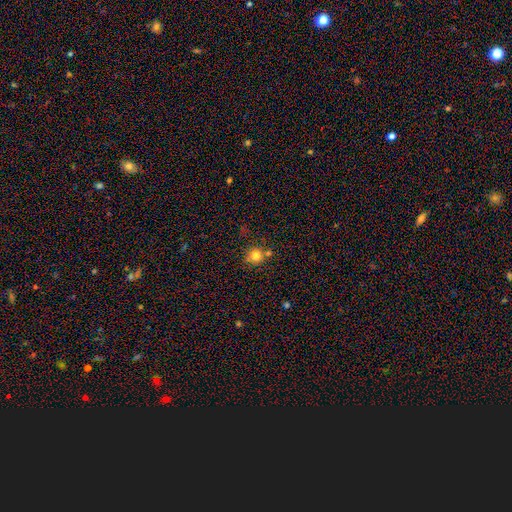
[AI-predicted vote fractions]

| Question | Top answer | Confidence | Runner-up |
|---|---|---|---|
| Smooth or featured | smooth | 80% | star or artifact (13%) |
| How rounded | round | 89% | in between (10%) |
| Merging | none | 71% | merger (14%) |